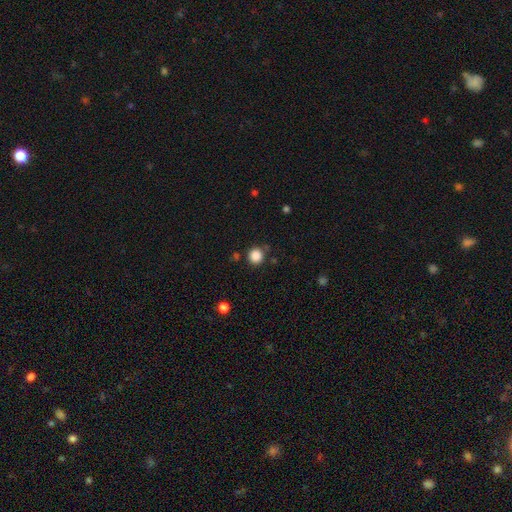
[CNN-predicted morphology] Smooth or featured? Predicted: smooth (p=0.86). How rounded? Predicted: round (p=0.93). Merging? Predicted: none (p=0.83).